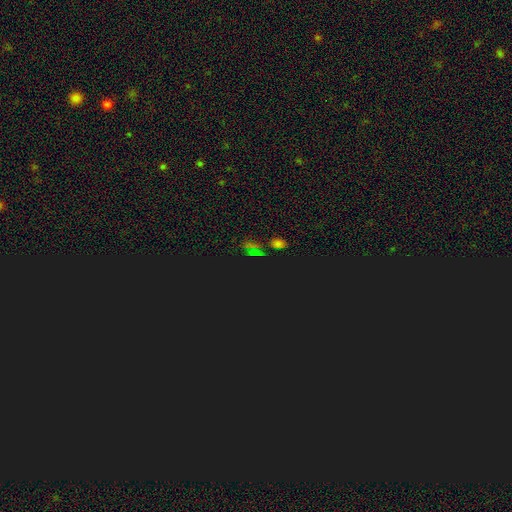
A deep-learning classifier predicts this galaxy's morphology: Smooth or featured? star or artifact (73%)